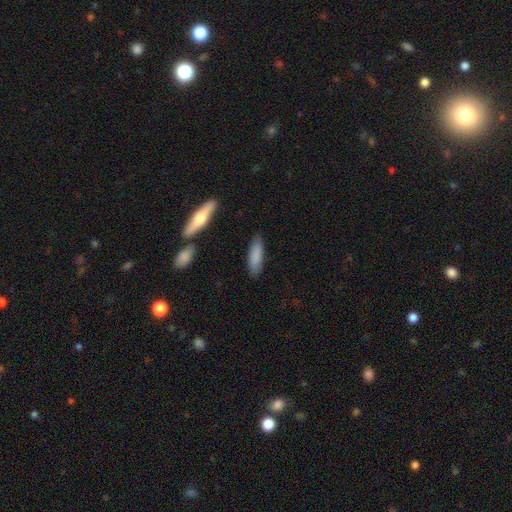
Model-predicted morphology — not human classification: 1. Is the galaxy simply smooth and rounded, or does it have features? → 83% smooth, 11% featured or disk, 6% star or artifact.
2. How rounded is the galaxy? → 53% cigar-shaped, 46% in between, 2% round.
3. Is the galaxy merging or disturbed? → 83% none, 12% minor disturbance, 3% merger, 2% major disturbance.